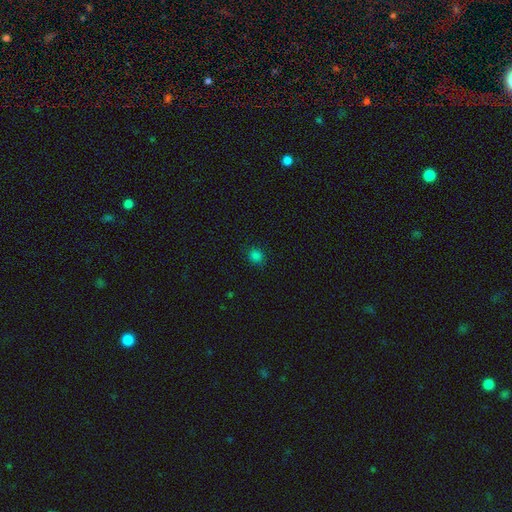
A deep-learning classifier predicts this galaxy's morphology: Q: Smooth or featured?
A: smooth (80%); runner-up: star or artifact (16%)
Q: How rounded?
A: round (76%); runner-up: in between (23%)
Q: Merging?
A: none (88%); runner-up: minor disturbance (9%)